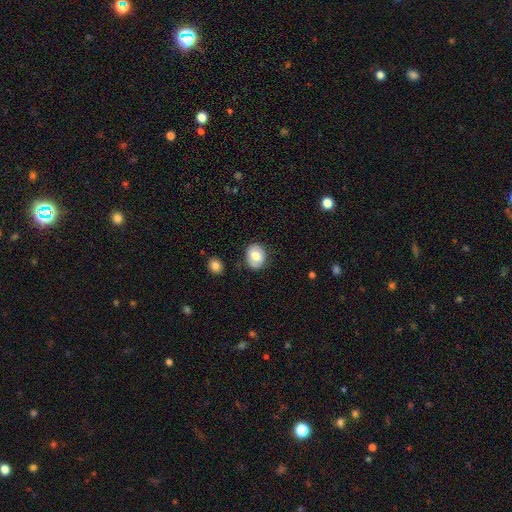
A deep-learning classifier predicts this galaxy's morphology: smooth-or-featured: smooth: 72% | featured or disk: 21% | star or artifact: 7%
  how-rounded: in between: 50% | round: 49% | cigar-shaped: 1%
  merging: none: 81% | minor disturbance: 14% | major disturbance: 3% | merger: 2%